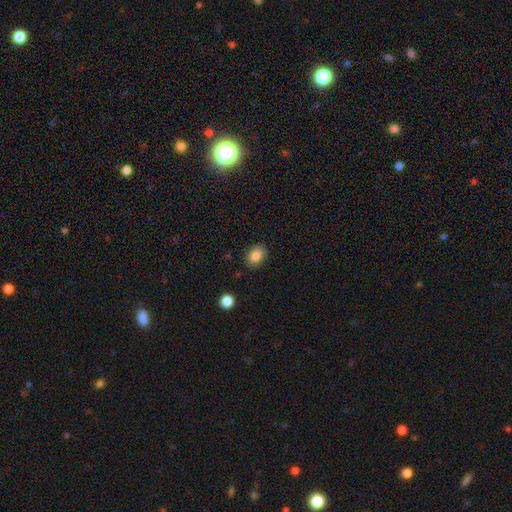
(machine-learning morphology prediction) smooth_or_featured: smooth (p=0.84) [alt: star or artifact p=0.09]
how_rounded: in between (p=0.71) [alt: round p=0.28]
merging: none (p=0.86) [alt: minor disturbance p=0.10]